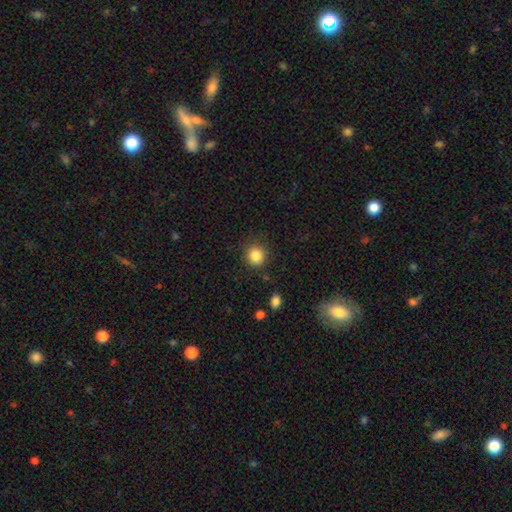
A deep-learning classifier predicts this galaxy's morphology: Smooth or featured? Predicted: smooth (p=0.85). How rounded? Predicted: round (p=0.89). Merging? Predicted: none (p=0.86).